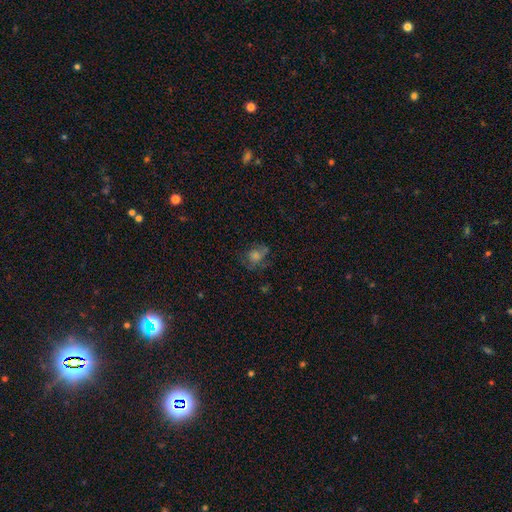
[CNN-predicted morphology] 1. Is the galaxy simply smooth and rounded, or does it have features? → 45% smooth, 29% featured or disk, 27% star or artifact.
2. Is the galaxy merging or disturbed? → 59% none, 21% minor disturbance, 16% major disturbance, 5% merger.